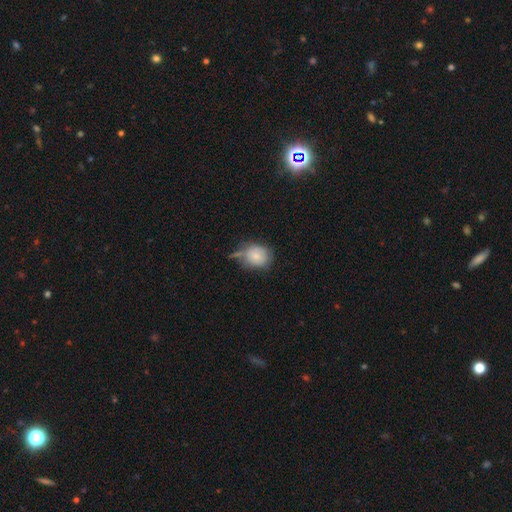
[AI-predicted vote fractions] The model was most divided on "merging": none: 48%, minor disturbance: 29%, merger: 12%, major disturbance: 11%. More confident: smooth or featured — smooth (77%); how rounded — round (60%).